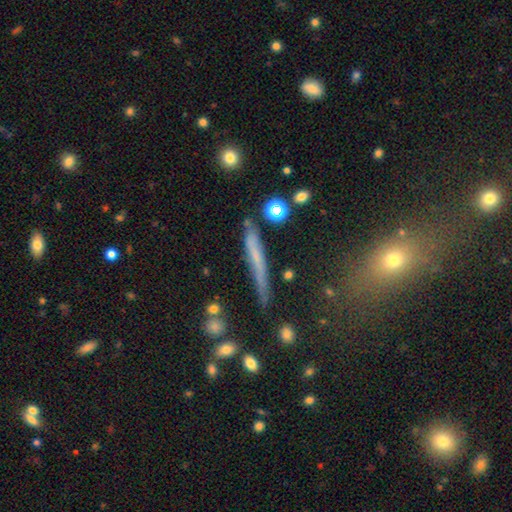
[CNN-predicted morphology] This appears to be a smooth galaxy with no disk features (49%). Merging: none (73%).